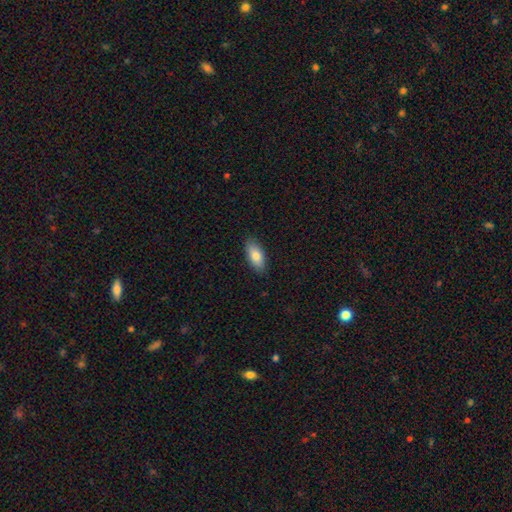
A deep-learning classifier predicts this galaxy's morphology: Smooth or featured? Predicted: smooth (p=0.82). How rounded? Predicted: in between (p=0.87). Merging? Predicted: none (p=0.87).